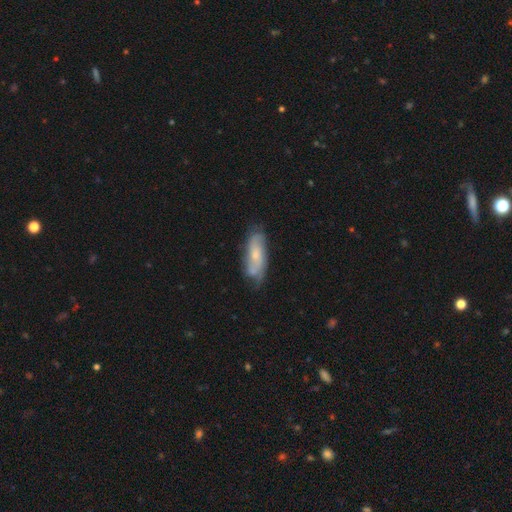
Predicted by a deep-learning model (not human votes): featured or disk 55%, smooth 38%, star or artifact 7%. Down the decision tree: edge-on disk — no (83%); merging — none (65%).